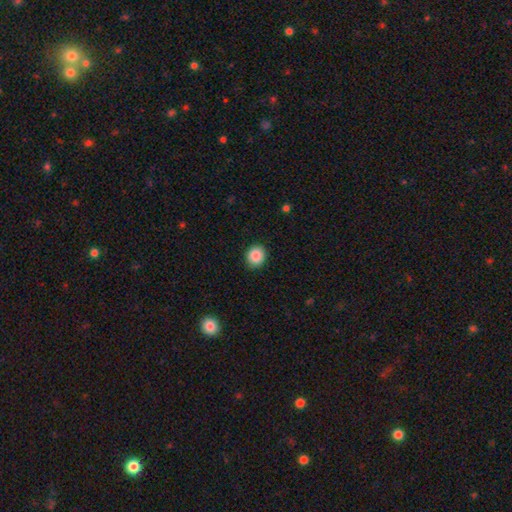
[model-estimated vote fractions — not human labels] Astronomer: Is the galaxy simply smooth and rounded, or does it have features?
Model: smooth — 88%.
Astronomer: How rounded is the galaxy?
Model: round — 77%.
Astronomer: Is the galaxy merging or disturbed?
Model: none — 90%.